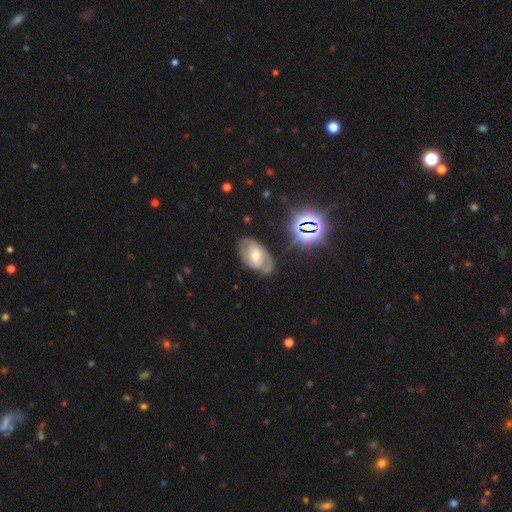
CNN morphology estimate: smooth-or-featured: featured or disk: 58% | smooth: 30% | star or artifact: 12%
  disk-edge-on: no: 92% | yes: 8%
    bar: no: 55% | weak: 33% | strong: 13%
    has-spiral-arms: yes: 63% | no: 37%
    bulge-size: moderate: 55% | small: 38% | large: 4% | none: 2% | dominant: 1%
  merging: none: 65% | minor disturbance: 23% | major disturbance: 9% | merger: 3%